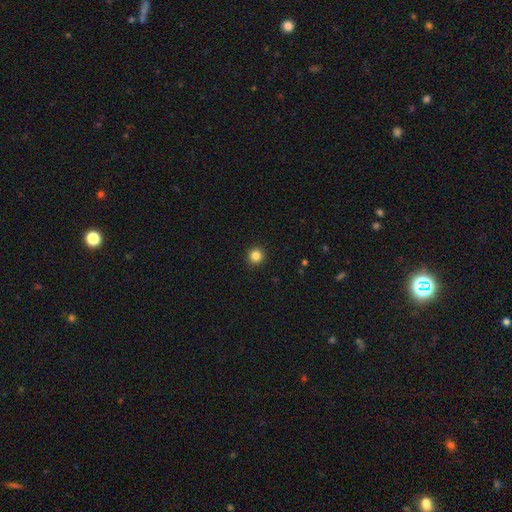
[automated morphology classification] Smooth or featured? Predicted: smooth (p=0.84). How rounded? Predicted: round (p=0.95). Merging? Predicted: none (p=0.93).